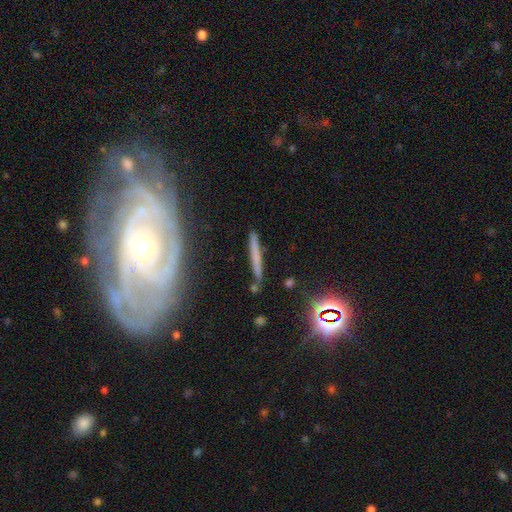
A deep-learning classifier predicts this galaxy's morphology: Smooth or featured? smooth (49%)
Merging? none (80%)